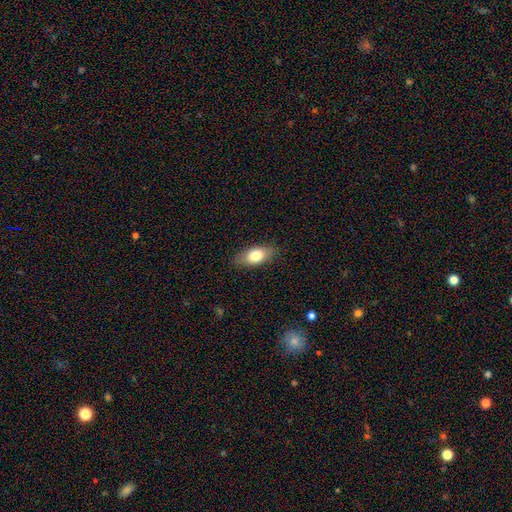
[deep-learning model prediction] This is likely a smooth galaxy (76%). How rounded: clearly in between (86%). Merging: clearly none (85%).